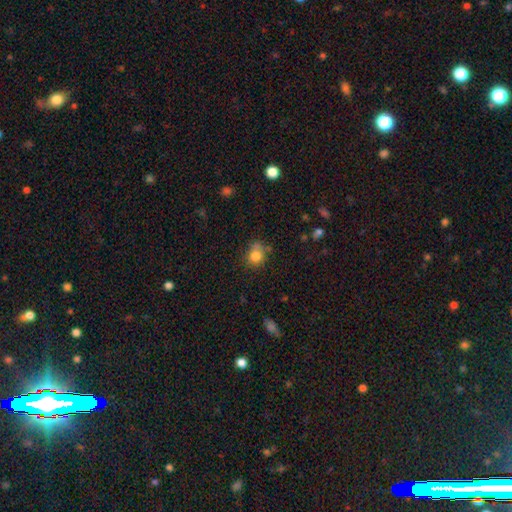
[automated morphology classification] Q: Smooth or featured?
A: smooth (81%); runner-up: star or artifact (11%)
Q: How rounded?
A: round (68%); runner-up: in between (31%)
Q: Merging?
A: none (56%); runner-up: minor disturbance (26%)